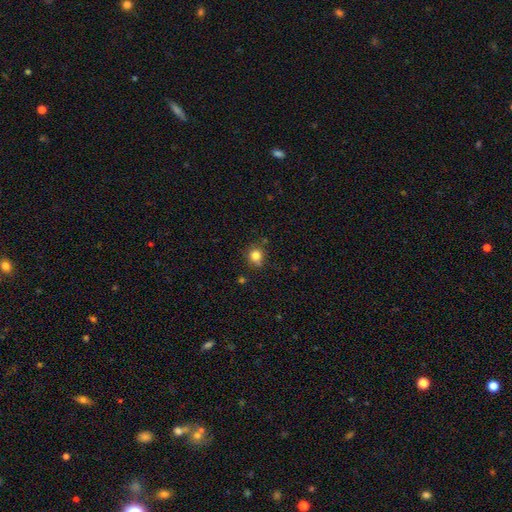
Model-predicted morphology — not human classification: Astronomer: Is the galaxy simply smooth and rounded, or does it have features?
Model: smooth — 81%.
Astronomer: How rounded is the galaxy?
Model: round — 86%.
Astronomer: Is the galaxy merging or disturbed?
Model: none — 76%.